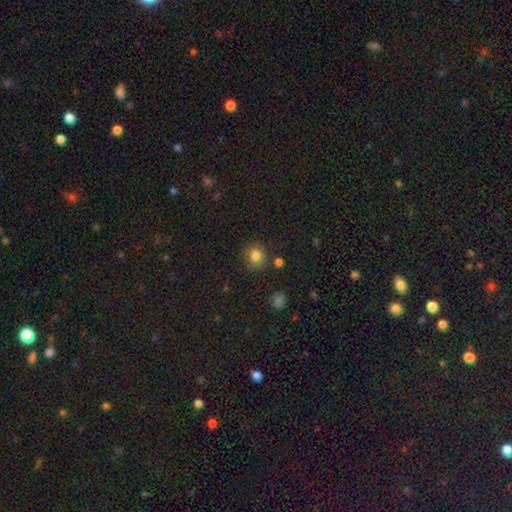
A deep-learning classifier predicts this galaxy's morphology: A smooth galaxy with no disk features (81%) that is round (79%).

Vote fractions:
- Smooth or featured? smooth: 81% / star or artifact: 12% / featured or disk: 8%
- How rounded? round: 79% / in between: 20% / cigar-shaped: 1%
- Merging? none: 81% / minor disturbance: 12% / merger: 4% / major disturbance: 3%